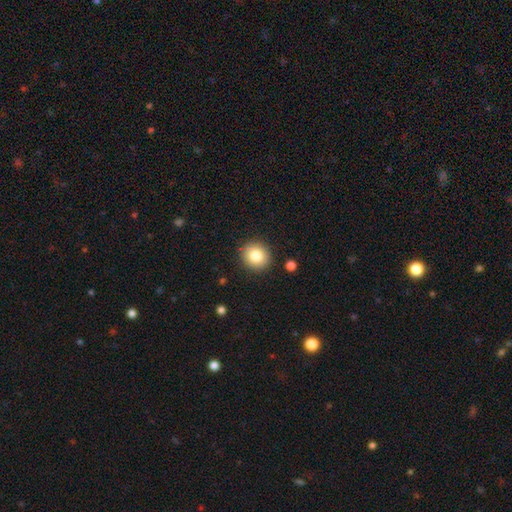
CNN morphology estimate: This is clearly a smooth galaxy (82%). How rounded: clearly round (87%). Merging: clearly none (89%).